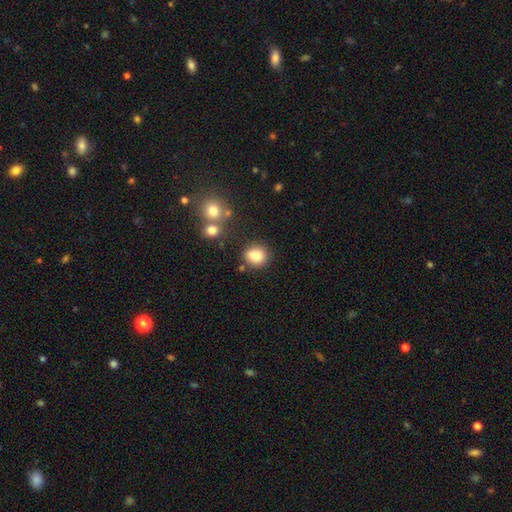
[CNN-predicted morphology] Smooth or featured? smooth (84%)
How rounded? round (77%)
Merging? none (77%)